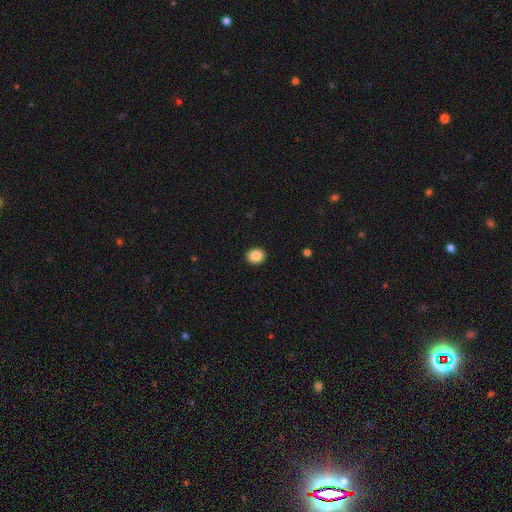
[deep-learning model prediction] smooth 87%, star or artifact 9%, featured or disk 4%. Down the decision tree: how rounded — round (69%); merging — none (92%).